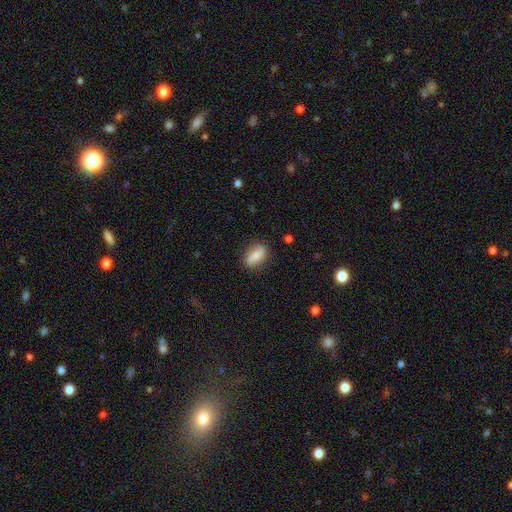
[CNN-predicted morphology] This appears to be a smooth galaxy with no disk features (57%) that is in between round and cigar-shaped (80%). Merging: none (82%).